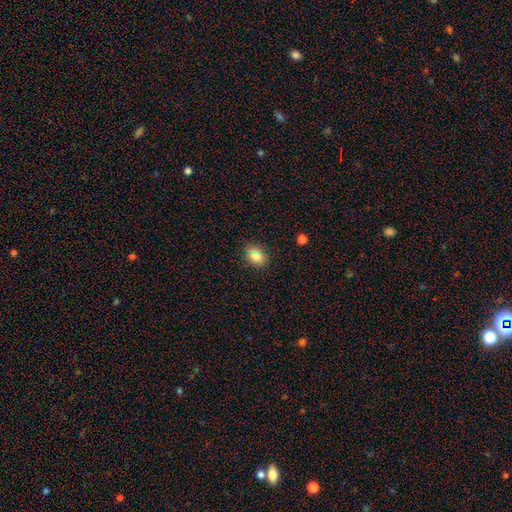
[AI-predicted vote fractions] Morphology: type=smooth (82%); roundness=in between (61%); merging=none (85%).